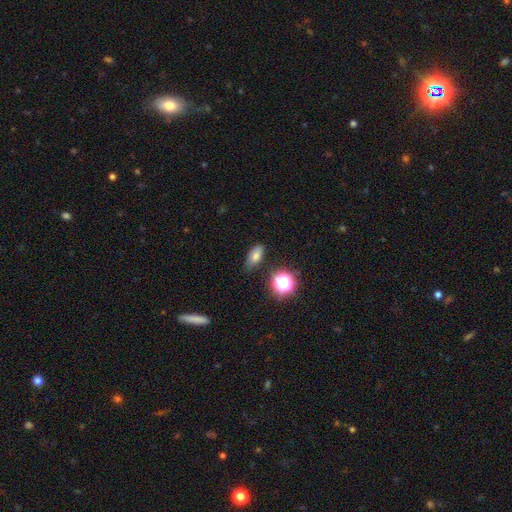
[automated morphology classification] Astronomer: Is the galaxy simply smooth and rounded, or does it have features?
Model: smooth — 73%.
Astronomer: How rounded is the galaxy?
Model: in between — 81%.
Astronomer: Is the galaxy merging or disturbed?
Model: none — 74%.